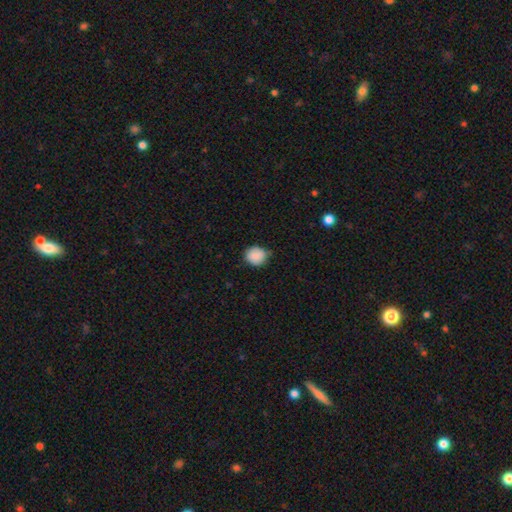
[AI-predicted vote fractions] smooth_or_featured: smooth (p=0.88) [alt: star or artifact p=0.08]
how_rounded: round (p=0.81) [alt: in between p=0.18]
merging: none (p=0.70) [alt: minor disturbance p=0.25]